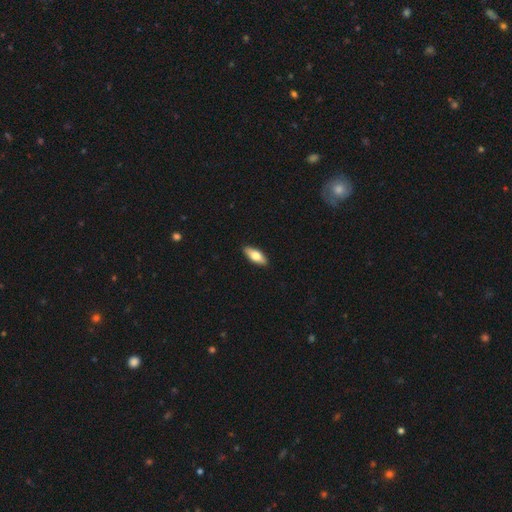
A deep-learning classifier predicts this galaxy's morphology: This appears to be a smooth galaxy with no disk features (70%) that is in between round and cigar-shaped (75%). Merging: none (90%).